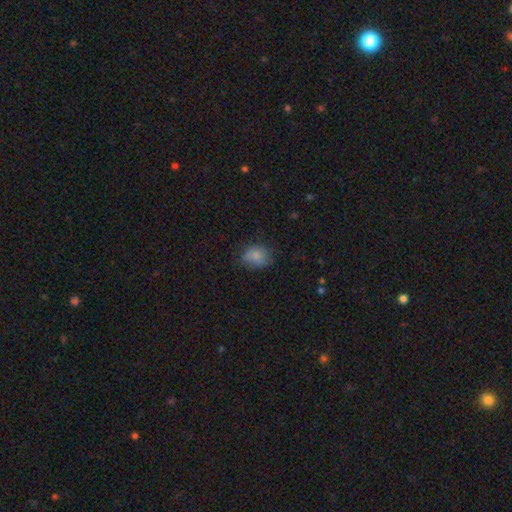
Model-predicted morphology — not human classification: Overall: smooth (82%). How rounded: in between (51%; round 48%). Merging: none (62%; minor disturbance 28%).